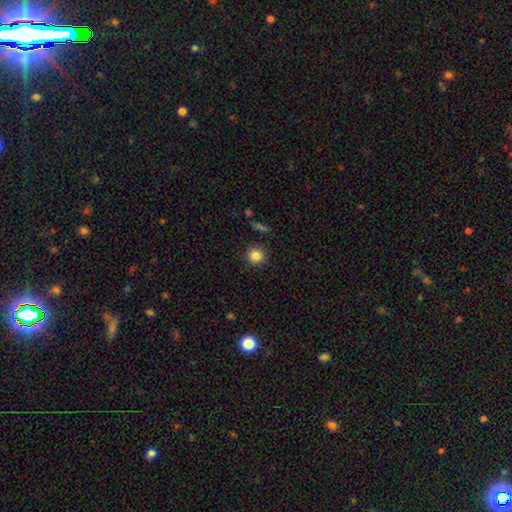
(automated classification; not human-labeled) A smooth galaxy with no disk features (84%) that is round (94%).

Vote fractions:
- Smooth or featured? smooth: 84% / star or artifact: 11% / featured or disk: 5%
- How rounded? round: 94% / in between: 5% / cigar-shaped: 1%
- Merging? none: 90% / minor disturbance: 6% / major disturbance: 2% / merger: 2%